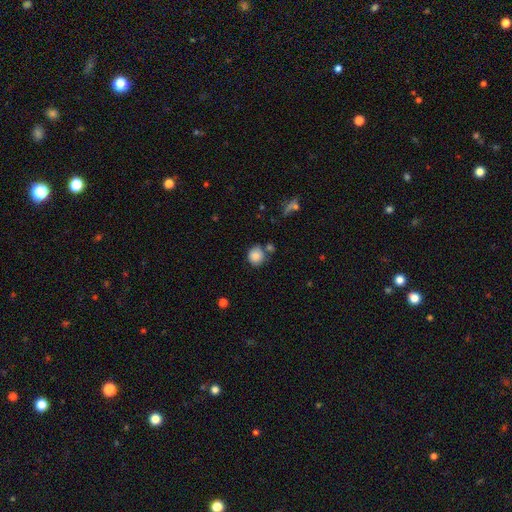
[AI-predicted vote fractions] Smooth or featured: smooth — 85% (star or artifact — 9%)
How rounded: round — 88% (in between — 11%)
Merging: none — 69% (minor disturbance — 15%)